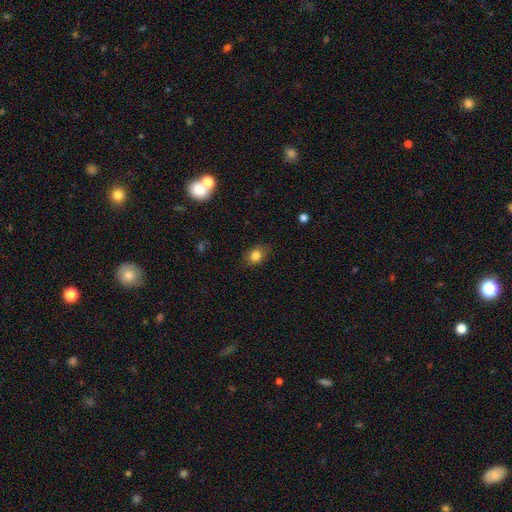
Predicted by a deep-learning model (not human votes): Morphology: type=smooth (82%); roundness=in between (56%); merging=none (79%).